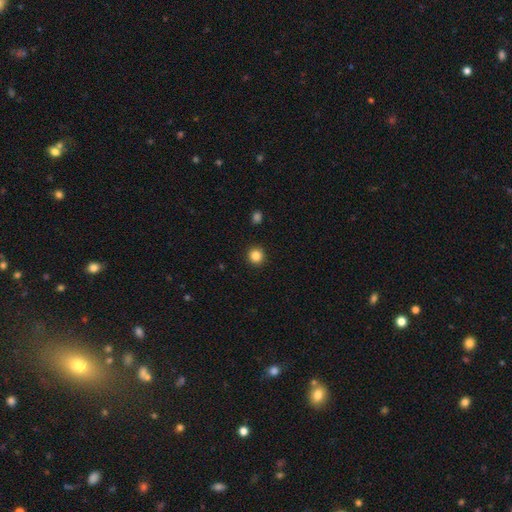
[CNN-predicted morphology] smooth 85%, star or artifact 11%, featured or disk 4%. Down the decision tree: how rounded — round (94%); merging — none (93%).